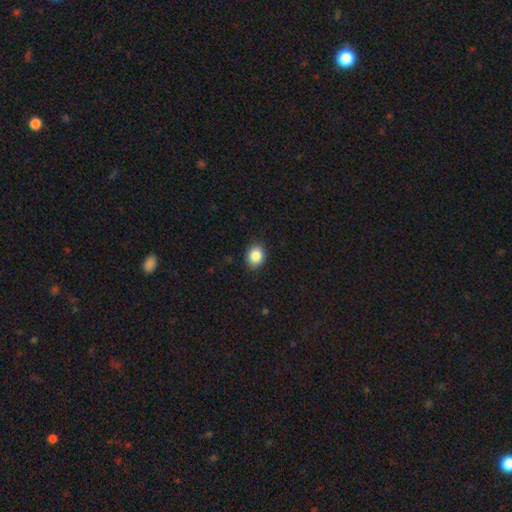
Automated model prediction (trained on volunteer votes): smooth-or-featured: smooth: 87% | star or artifact: 9% | featured or disk: 5%
  how-rounded: in between: 50% | round: 49% | cigar-shaped: 1%
  merging: none: 89% | minor disturbance: 8% | major disturbance: 2% | merger: 1%